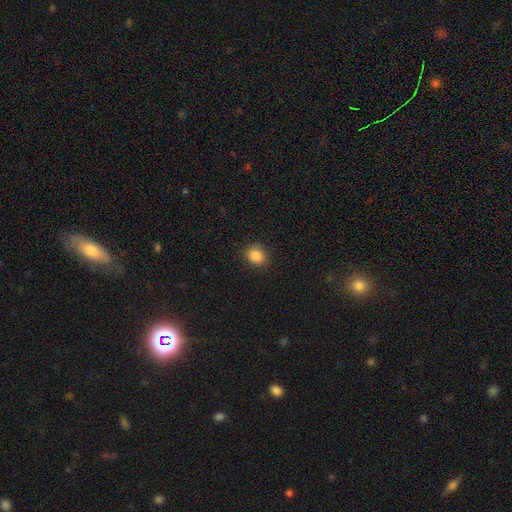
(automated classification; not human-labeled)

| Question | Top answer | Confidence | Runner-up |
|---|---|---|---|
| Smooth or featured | smooth | 86% | star or artifact (10%) |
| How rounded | round | 64% | in between (35%) |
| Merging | none | 86% | minor disturbance (11%) |